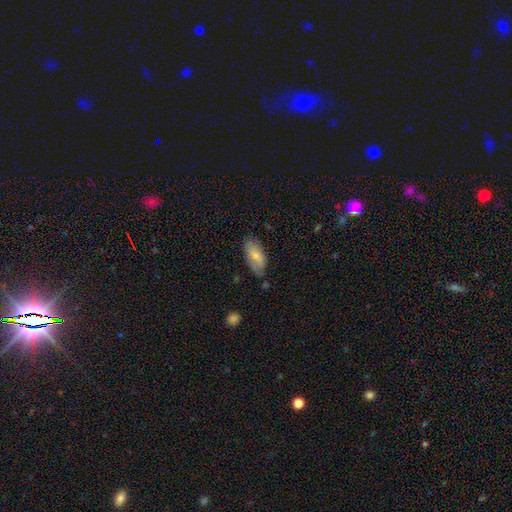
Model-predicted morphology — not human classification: Smooth or featured: smooth — 72% (featured or disk — 22%)
How rounded: in between — 91% (cigar-shaped — 6%)
Merging: none — 68% (minor disturbance — 24%)